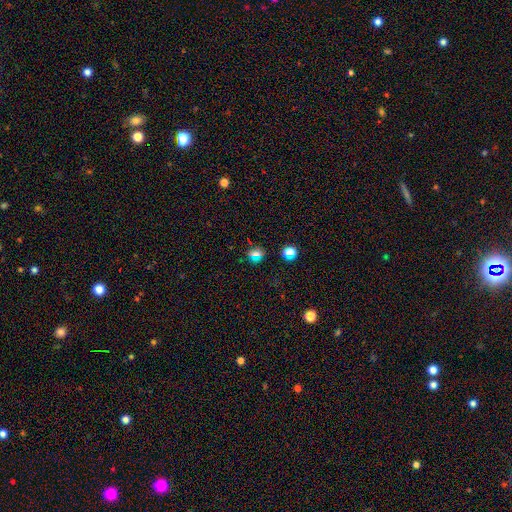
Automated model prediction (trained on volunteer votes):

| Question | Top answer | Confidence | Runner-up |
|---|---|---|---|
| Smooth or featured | smooth | 55% | star or artifact (36%) |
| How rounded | round | 72% | in between (25%) |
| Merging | none | 85% | minor disturbance (9%) |